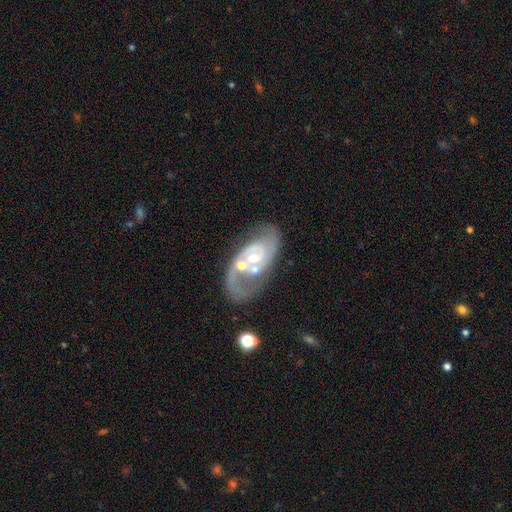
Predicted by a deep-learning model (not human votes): Smooth or featured: featured or disk — 83% (smooth — 10%)
Edge-on disk: no — 97% (yes — 3%)
Bar: no — 59% (weak — 33%)
Spiral arms: yes — 91% (no — 9%)
Spiral winding: medium — 47% (loose — 28%)
Spiral arm count: 2 — 71% (1 — 14%)
Bulge size: small — 51% (moderate — 40%)
Merging: none — 44% (merger — 26%)